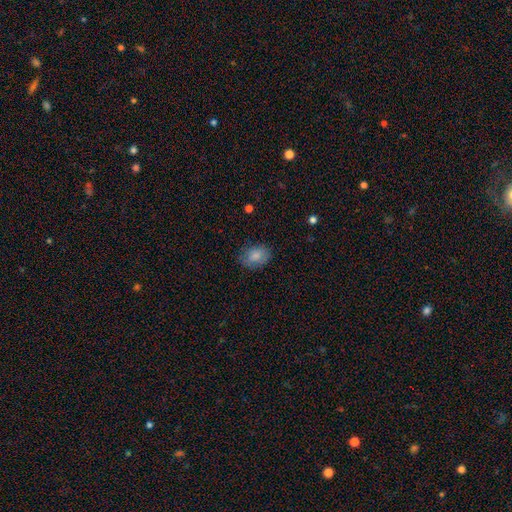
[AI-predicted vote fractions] Q: Smooth or featured?
A: smooth (83%); runner-up: featured or disk (9%)
Q: How rounded?
A: in between (70%); runner-up: round (29%)
Q: Merging?
A: none (76%); runner-up: minor disturbance (18%)